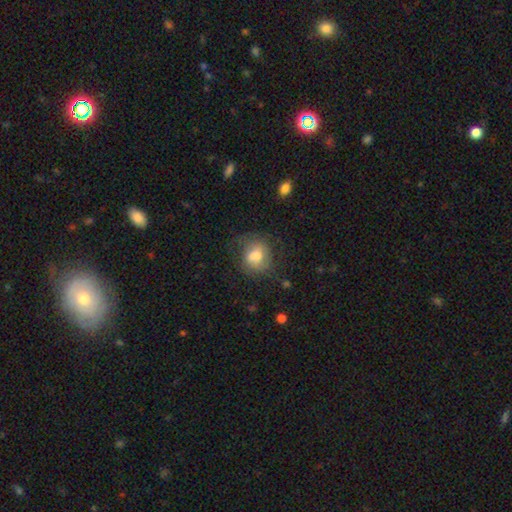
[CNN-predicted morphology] type=smooth (62%); roundness=round (64%); merging=none (55%).